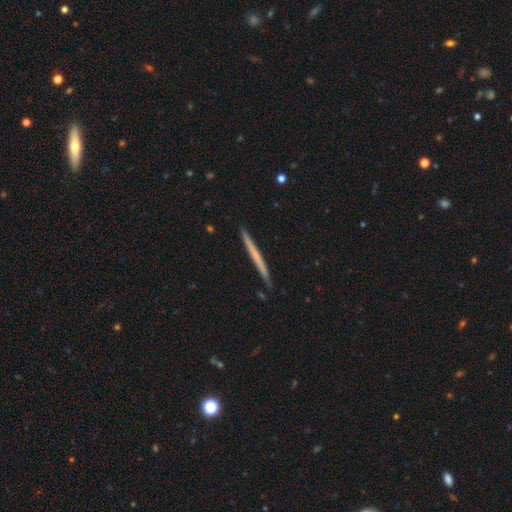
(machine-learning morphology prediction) This is possibly a smooth galaxy (49%). Merging: clearly none (90%).